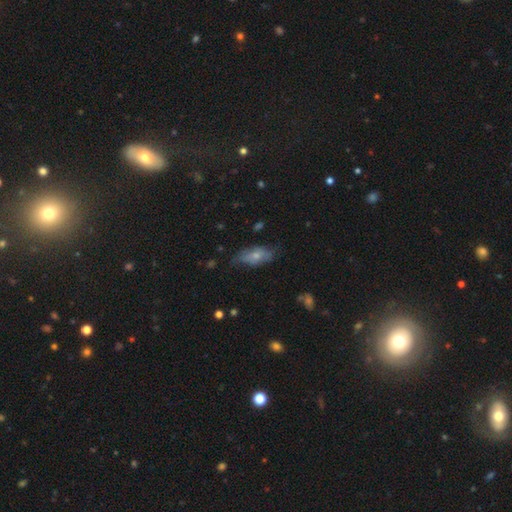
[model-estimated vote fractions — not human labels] A smooth galaxy with no disk features (59%) that is in between round and cigar-shaped (82%).

Vote fractions:
- Smooth or featured? smooth: 59% / featured or disk: 34% / star or artifact: 8%
- How rounded? in between: 82% / cigar-shaped: 14% / round: 4%
- Merging? none: 56% / minor disturbance: 32% / major disturbance: 10% / merger: 2%